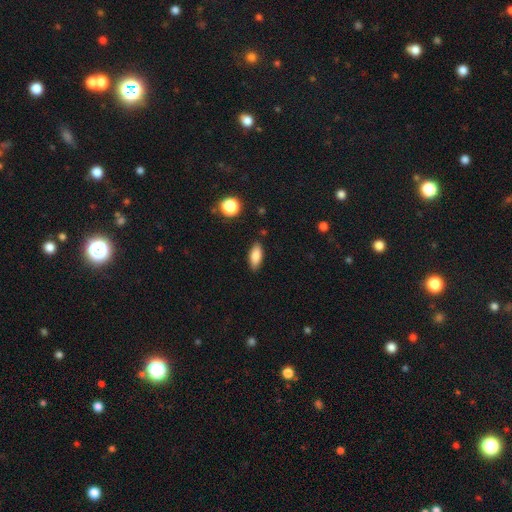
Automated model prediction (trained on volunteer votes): This is clearly a smooth galaxy (85%). How rounded: clearly in between (84%). Merging: clearly none (86%).